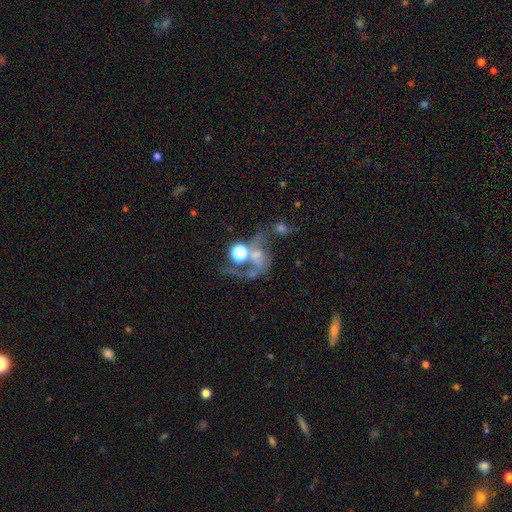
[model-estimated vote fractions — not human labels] This is possibly a featured or disk galaxy (49%). Merging: marginally major disturbance (31%, tied with merger).